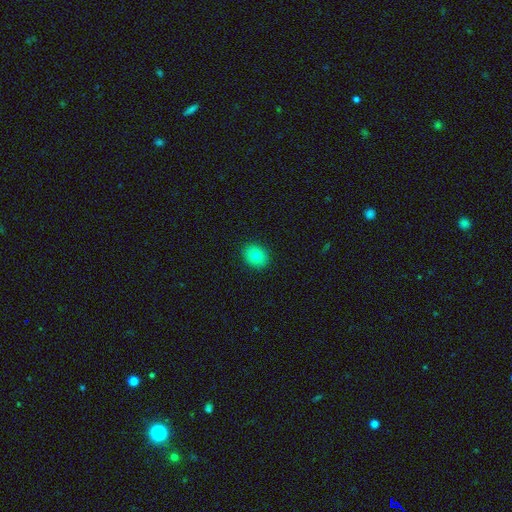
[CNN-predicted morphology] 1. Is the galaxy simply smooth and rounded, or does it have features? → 80% smooth, 11% star or artifact, 9% featured or disk.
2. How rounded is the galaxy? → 64% round, 35% in between, 1% cigar-shaped.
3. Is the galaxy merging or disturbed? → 91% none, 7% minor disturbance, 2% major disturbance, 1% merger.